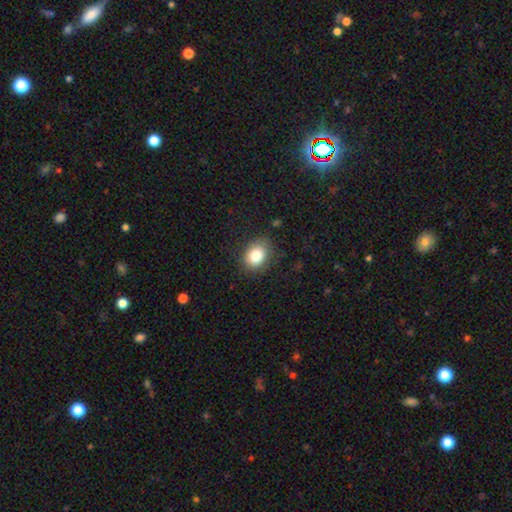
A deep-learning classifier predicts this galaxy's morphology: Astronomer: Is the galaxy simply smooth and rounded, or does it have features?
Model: smooth — 81%.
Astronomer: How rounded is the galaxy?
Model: in between — 57% (runner-up: round, 42%).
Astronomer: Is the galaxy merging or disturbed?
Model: none — 83%.